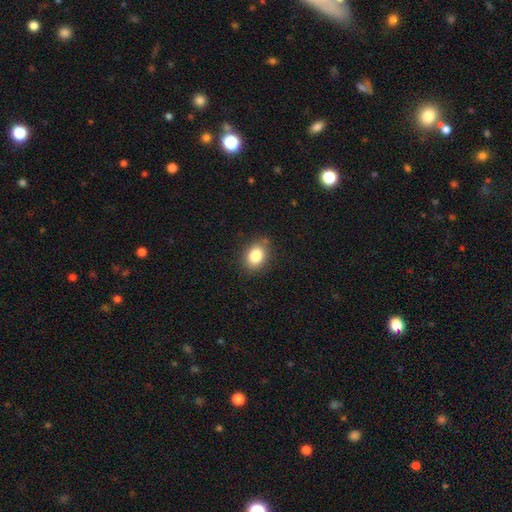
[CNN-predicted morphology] Smooth or featured: smooth — 84% (star or artifact — 9%)
How rounded: in between — 63% (round — 36%)
Merging: none — 84% (minor disturbance — 11%)